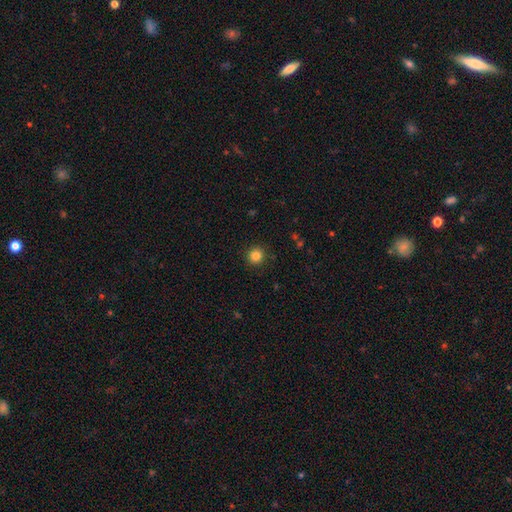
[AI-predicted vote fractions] Q: Smooth or featured?
A: smooth (84%); runner-up: star or artifact (12%)
Q: How rounded?
A: round (94%); runner-up: in between (5%)
Q: Merging?
A: none (91%); runner-up: minor disturbance (6%)